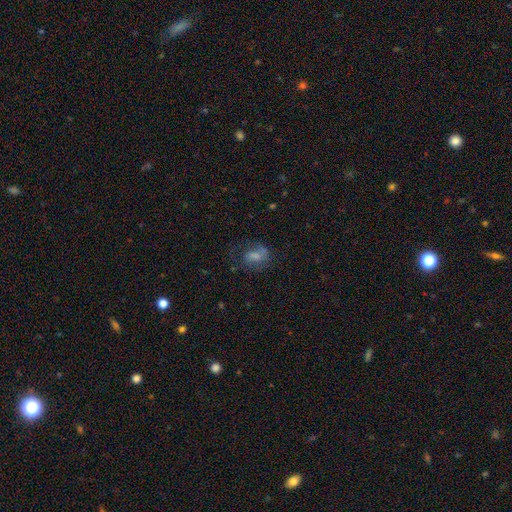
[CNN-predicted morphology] type=smooth (47%); merging=none (44%).